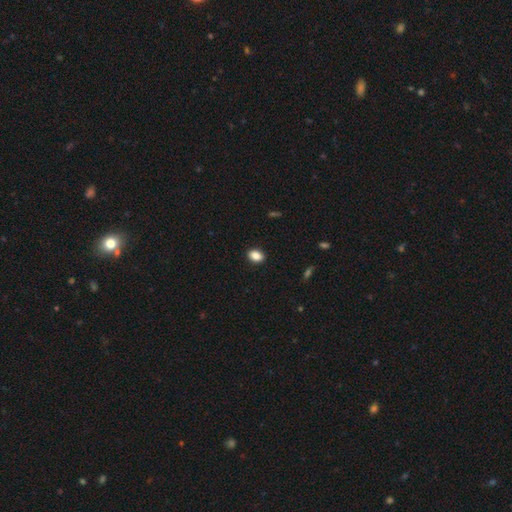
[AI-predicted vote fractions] Morphology: type=smooth (87%); roundness=in between (79%); merging=none (90%).